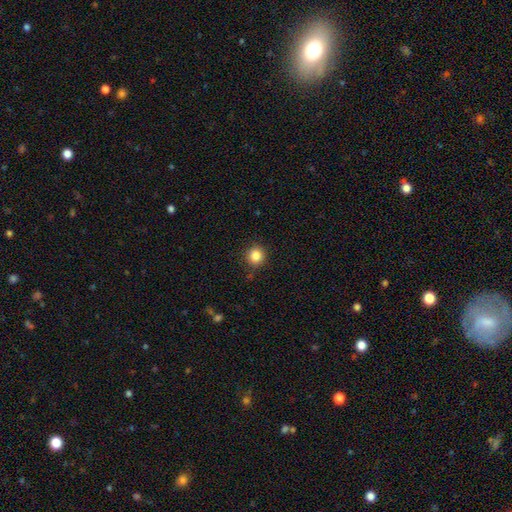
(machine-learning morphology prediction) A smooth galaxy with no disk features (85%) that is round (93%). Merging: none (89%).